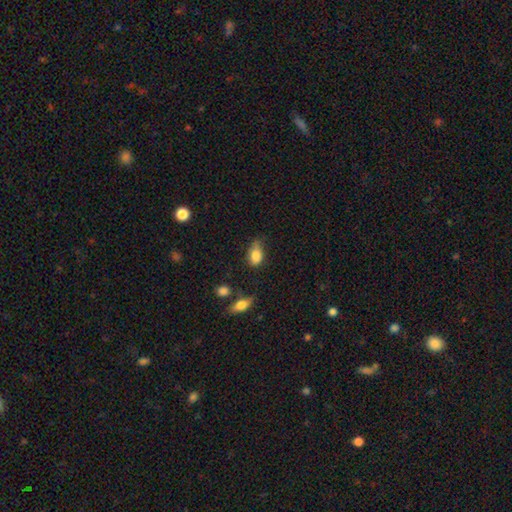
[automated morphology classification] Smooth or featured?
  - smooth: 83% *
  - star or artifact: 8%
  - featured or disk: 8%
How rounded?
  - in between: 85% *
  - round: 12%
  - cigar-shaped: 3%
Merging?
  - none: 43% *
  - minor disturbance: 41%
  - major disturbance: 12%
  - merger: 4%